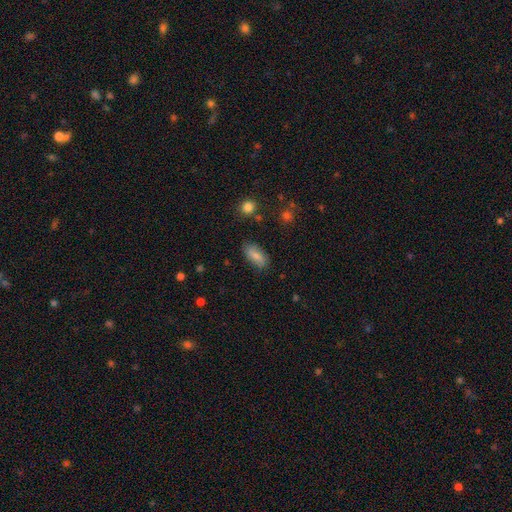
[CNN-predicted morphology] A smooth galaxy with no disk features (75%) that is in between round and cigar-shaped (87%).

Vote fractions:
- Smooth or featured? smooth: 75% / featured or disk: 18% / star or artifact: 7%
- How rounded? in between: 87% / cigar-shaped: 10% / round: 3%
- Merging? none: 81% / minor disturbance: 14% / major disturbance: 3% / merger: 2%